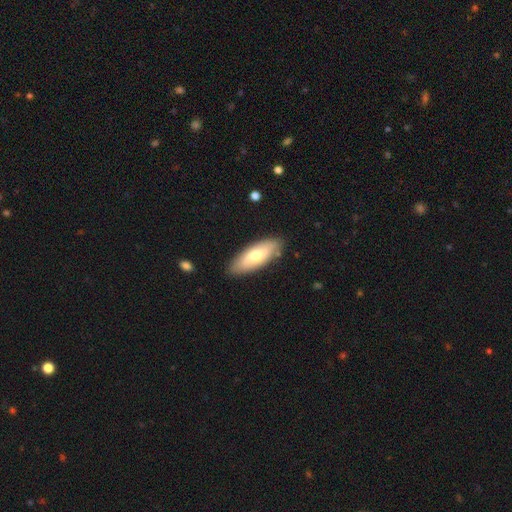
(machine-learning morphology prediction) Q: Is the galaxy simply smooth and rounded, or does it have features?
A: smooth — 63%.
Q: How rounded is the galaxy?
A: in between — 71%.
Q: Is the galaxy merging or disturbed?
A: none — 86%.